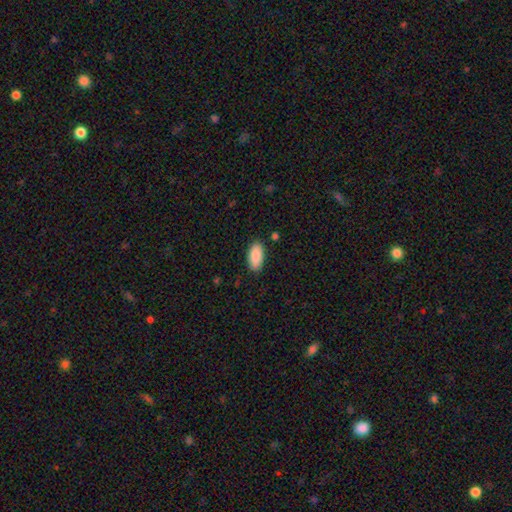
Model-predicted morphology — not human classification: This is clearly a smooth galaxy (89%). How rounded: clearly in between (92%). Merging: clearly none (87%).